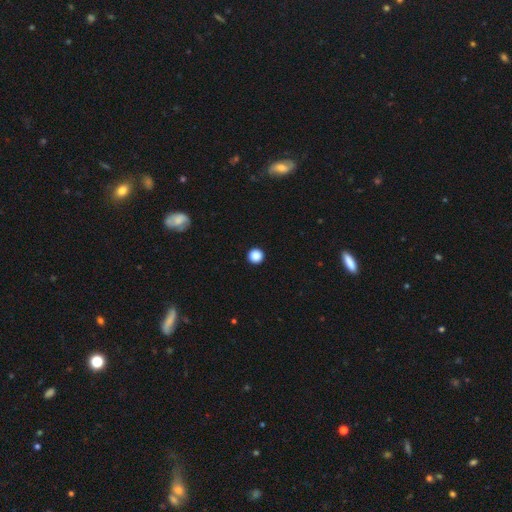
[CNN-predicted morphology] type=smooth (88%); roundness=round (97%); merging=none (94%).